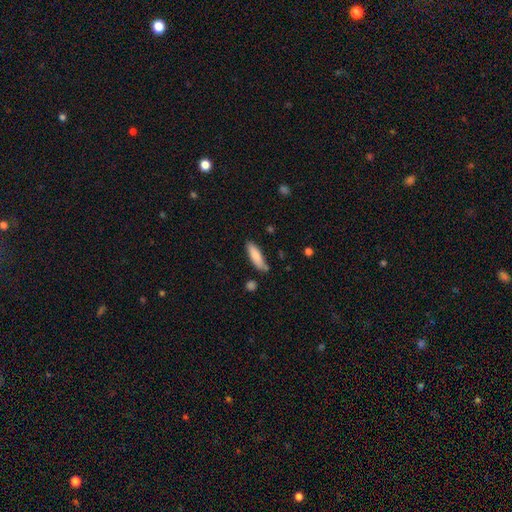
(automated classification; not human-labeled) This is clearly a smooth galaxy (83%). How rounded: likely cigar-shaped (60%). Merging: likely none (77%).